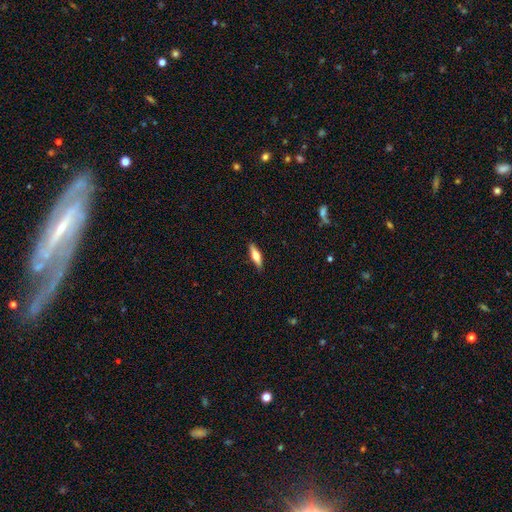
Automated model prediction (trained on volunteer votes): A smooth galaxy with no disk features (55%) that is cigar-shaped (58%). Merging: none (89%).